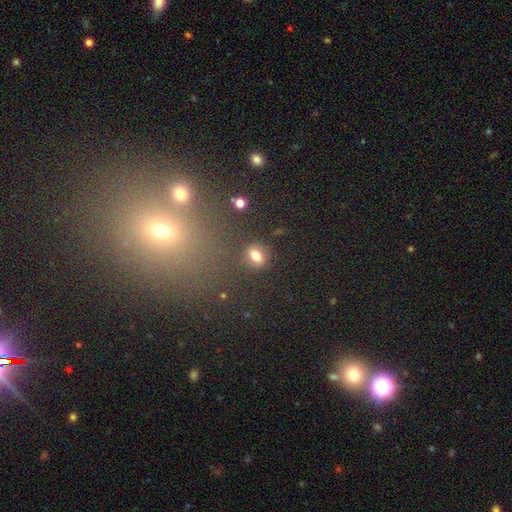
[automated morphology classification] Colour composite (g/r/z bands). It shows a smooth galaxy with no disk features (72%) that is in between round and cigar-shaped (62%). Merging: none (79%).